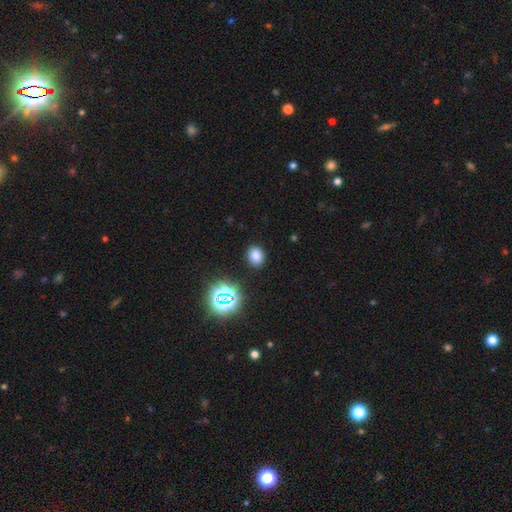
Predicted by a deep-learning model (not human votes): smooth 76%, star or artifact 18%, featured or disk 6%. Down the decision tree: how rounded — round (51%); merging — none (88%).